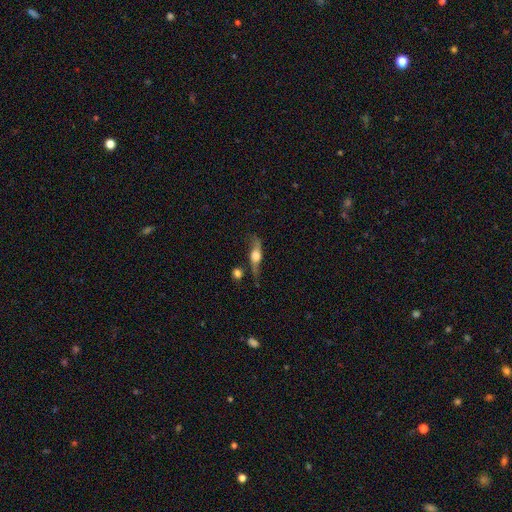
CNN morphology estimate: Q: Smooth or featured?
A: featured or disk (66%); runner-up: smooth (26%)
Q: Edge-on disk?
A: yes (66%); runner-up: no (34%)
Q: Merging?
A: none (56%); runner-up: minor disturbance (22%)